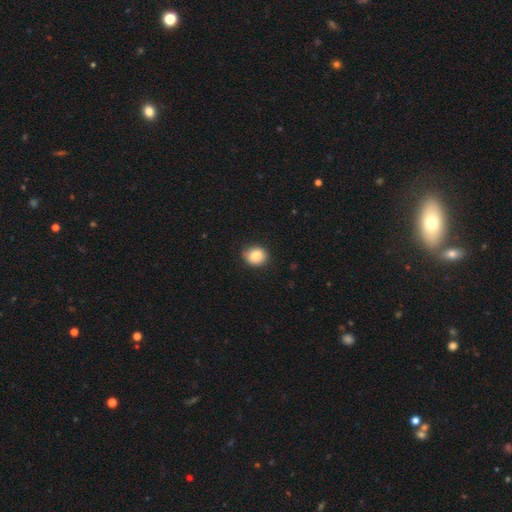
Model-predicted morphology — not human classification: type=smooth (84%); roundness=round (70%); merging=none (86%).